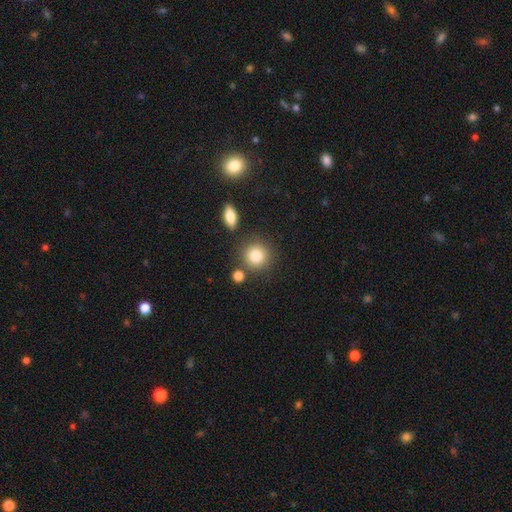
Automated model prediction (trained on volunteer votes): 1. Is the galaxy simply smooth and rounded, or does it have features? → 84% smooth, 9% star or artifact, 7% featured or disk.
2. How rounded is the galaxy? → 88% round, 11% in between, 1% cigar-shaped.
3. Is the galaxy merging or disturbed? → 78% none, 9% minor disturbance, 9% merger, 3% major disturbance.